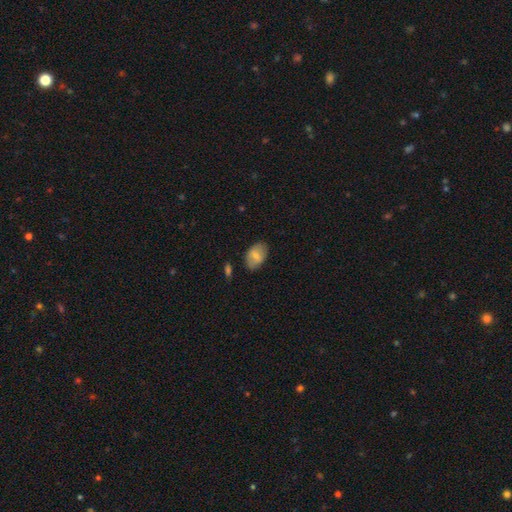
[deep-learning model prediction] Morphology: type=smooth (68%); roundness=in between (89%); merging=none (79%).